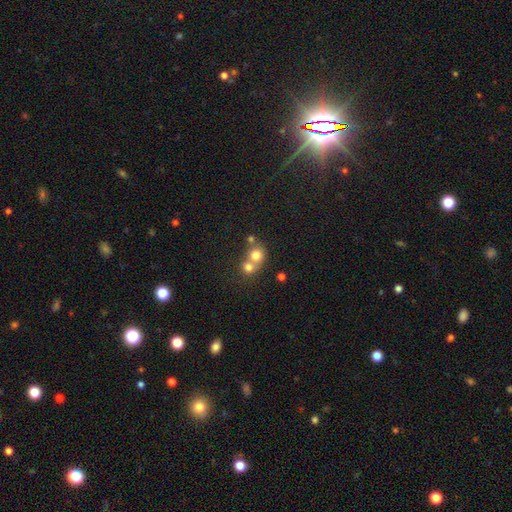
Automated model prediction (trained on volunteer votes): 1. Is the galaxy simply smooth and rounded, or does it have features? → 75% smooth, 13% featured or disk, 12% star or artifact.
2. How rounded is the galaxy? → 83% round, 16% in between, 1% cigar-shaped.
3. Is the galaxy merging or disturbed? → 60% merger, 33% none, 5% minor disturbance, 2% major disturbance.